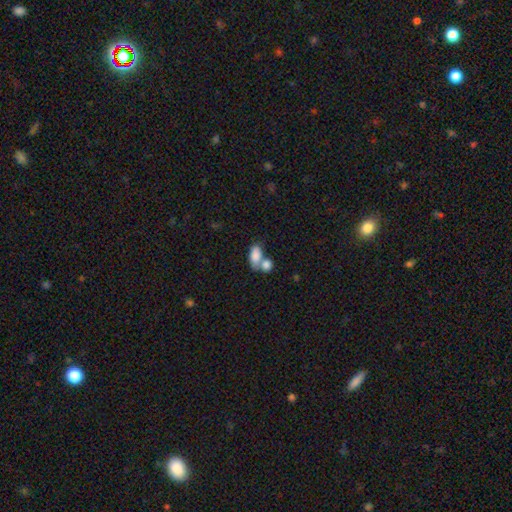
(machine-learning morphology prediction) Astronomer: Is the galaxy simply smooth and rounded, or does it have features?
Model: smooth — 82%.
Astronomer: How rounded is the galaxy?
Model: in between — 90%.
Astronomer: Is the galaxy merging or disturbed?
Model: merger — 61%.